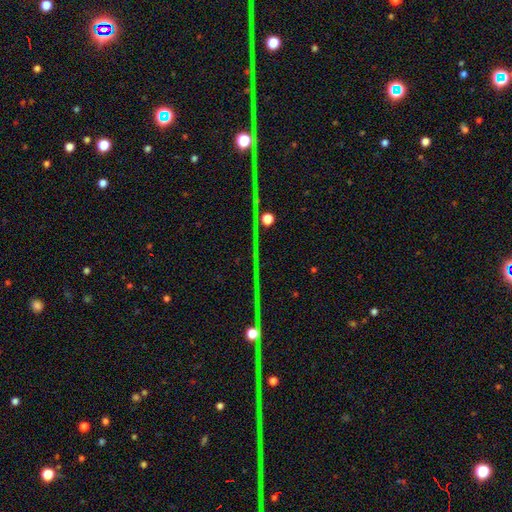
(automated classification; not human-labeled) The model was most divided on "smooth or featured": star or artifact: 81%, featured or disk: 10%, smooth: 8%.